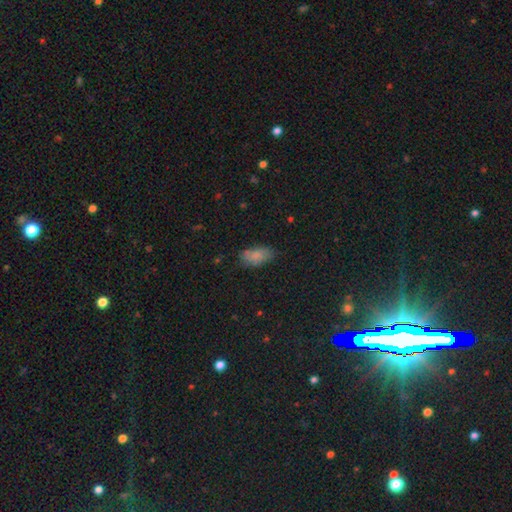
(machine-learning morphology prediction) Overall: smooth (80%). How rounded: in between (91%). Merging: none (67%).